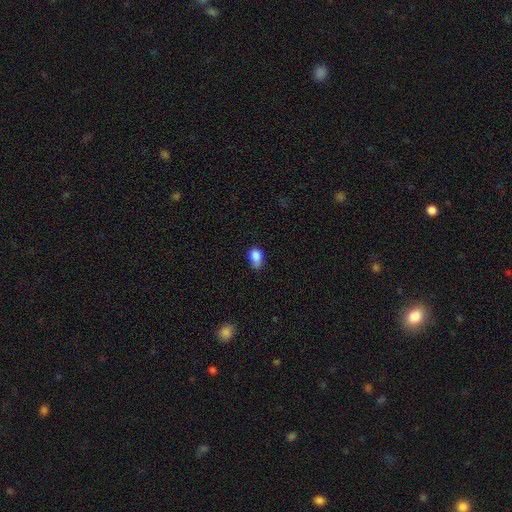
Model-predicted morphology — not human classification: Smooth or featured: smooth — 84% (star or artifact — 9%)
How rounded: in between — 65% (round — 33%)
Merging: minor disturbance — 46% (none — 34%)